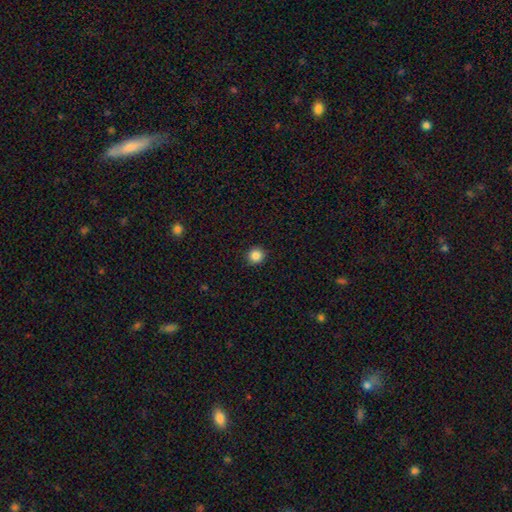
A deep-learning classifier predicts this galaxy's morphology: Smooth or featured? smooth (86%)
How rounded? round (93%)
Merging? none (92%)